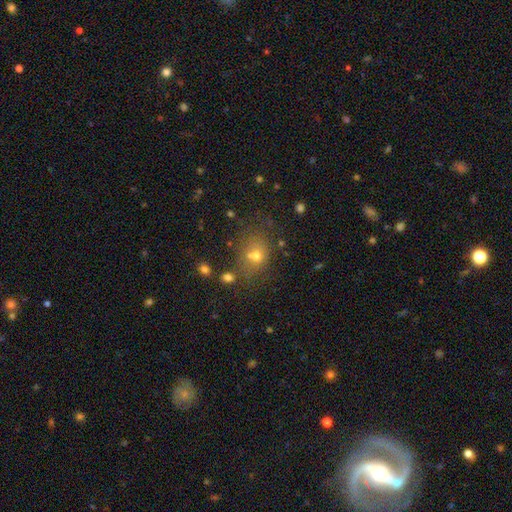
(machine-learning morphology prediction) Smooth or featured: smooth — 63% (star or artifact — 22%)
How rounded: round — 59% (in between — 40%)
Merging: none — 55% (merger — 25%)